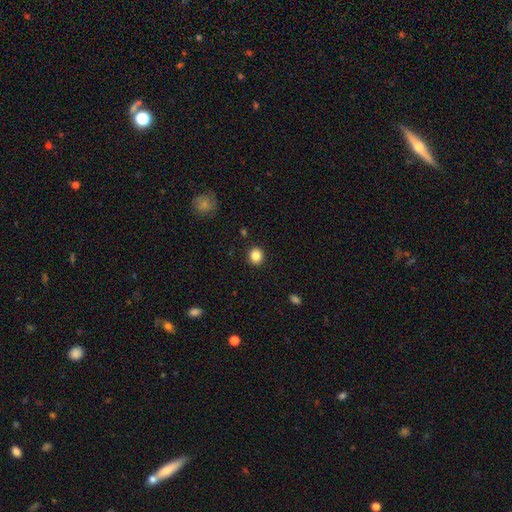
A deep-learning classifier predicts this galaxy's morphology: smooth-or-featured: smooth: 85% | star or artifact: 11% | featured or disk: 4%
  how-rounded: round: 82% | in between: 17% | cigar-shaped: 1%
  merging: none: 91% | minor disturbance: 6% | major disturbance: 2% | merger: 1%